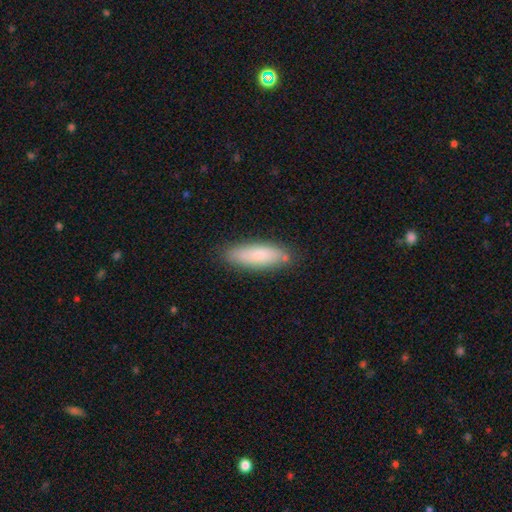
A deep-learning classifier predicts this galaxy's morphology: This is clearly a smooth galaxy (80%). How rounded: possibly cigar-shaped (50%). Merging: clearly none (82%).